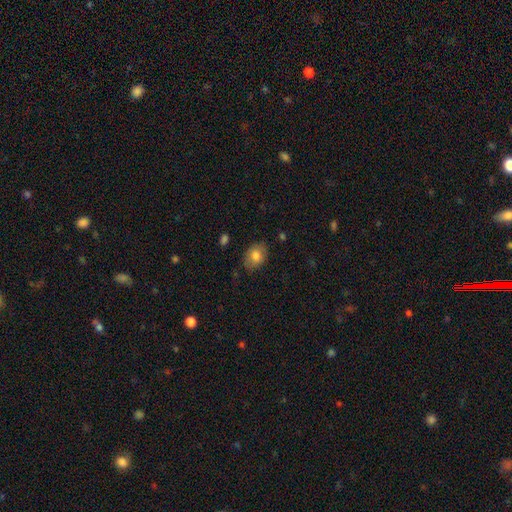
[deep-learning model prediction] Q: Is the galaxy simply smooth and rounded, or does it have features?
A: smooth — 80%.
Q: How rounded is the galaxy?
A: in between — 69%.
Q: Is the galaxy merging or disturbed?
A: none — 80%.